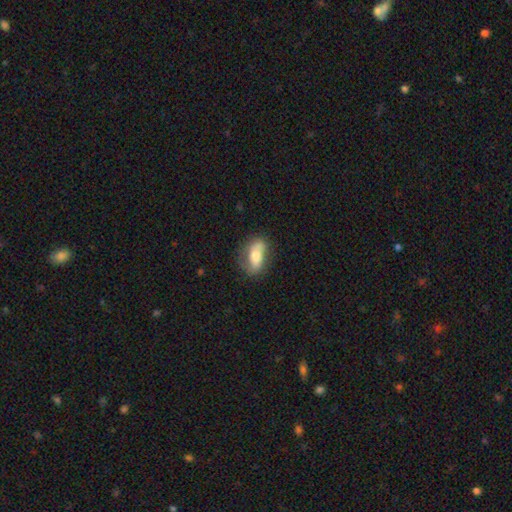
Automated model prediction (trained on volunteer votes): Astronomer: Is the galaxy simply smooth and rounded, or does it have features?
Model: smooth — 54% (runner-up: featured or disk, 39%).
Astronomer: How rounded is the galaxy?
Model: in between — 83%.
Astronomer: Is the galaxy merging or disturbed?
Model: none — 65%.